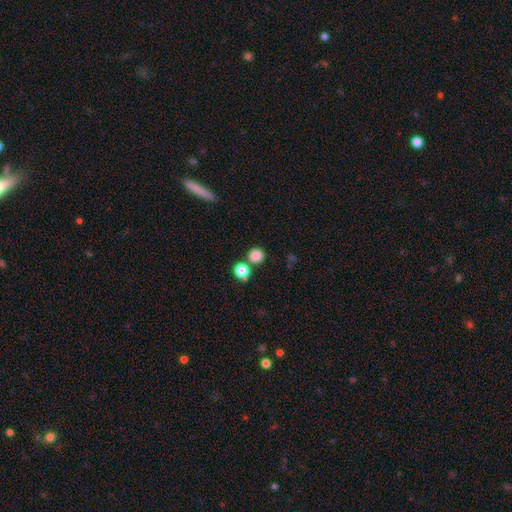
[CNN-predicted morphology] The model was most divided on "merging": none: 75%, merger: 14%, minor disturbance: 8%, major disturbance: 3%. More confident: how rounded — round (91%); smooth or featured — smooth (83%).